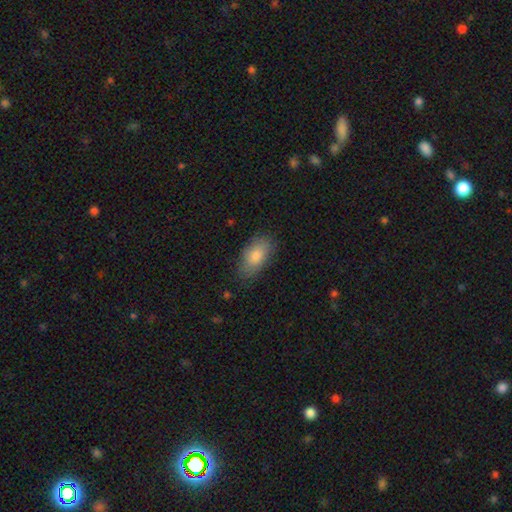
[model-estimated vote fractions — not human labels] Smooth or featured? smooth (82%)
How rounded? in between (91%)
Merging? none (80%)